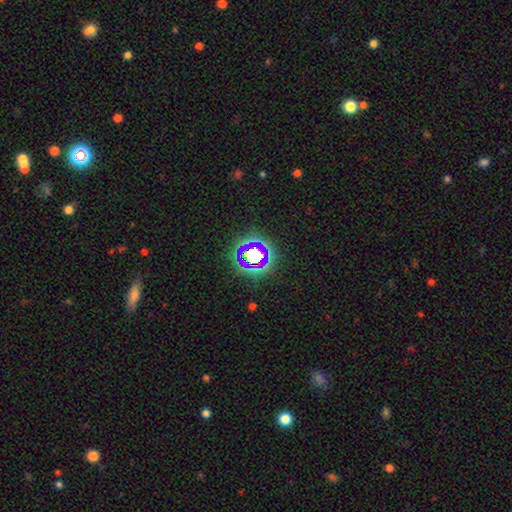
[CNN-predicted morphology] type=star or artifact (59%).